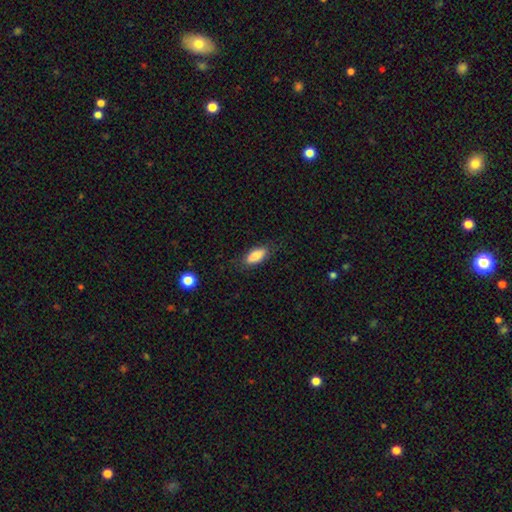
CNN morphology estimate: This is clearly a smooth galaxy (84%). How rounded: clearly in between (84%). Merging: likely none (79%).